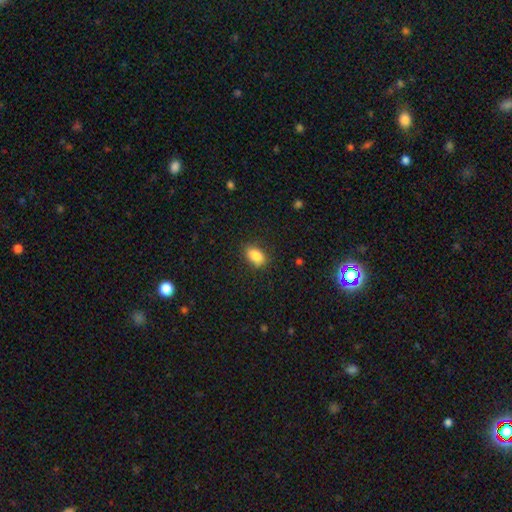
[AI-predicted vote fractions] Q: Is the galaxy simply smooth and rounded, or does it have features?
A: smooth — 84%.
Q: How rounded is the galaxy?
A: in between — 83%.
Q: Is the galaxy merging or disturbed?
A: none — 80%.